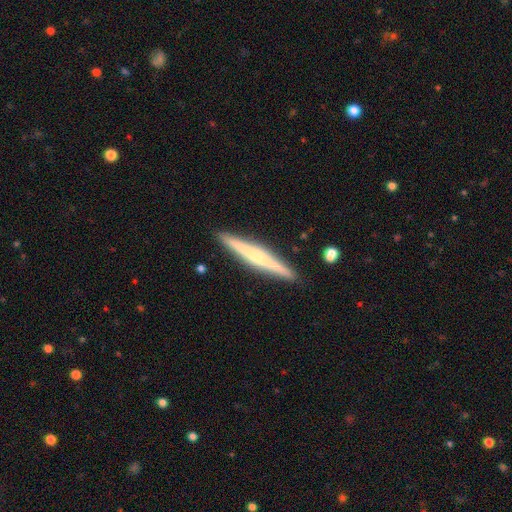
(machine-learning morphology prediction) Smooth or featured? featured or disk (66%)
Edge-on disk? yes (98%)
Edge-on bulge? rounded (62%)
Merging? none (91%)